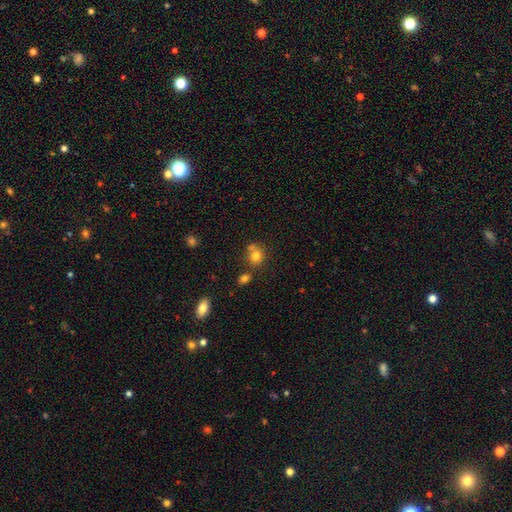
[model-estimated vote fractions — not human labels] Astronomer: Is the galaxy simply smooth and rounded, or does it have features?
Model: smooth — 77%.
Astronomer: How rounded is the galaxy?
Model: round — 80%.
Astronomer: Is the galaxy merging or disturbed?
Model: none — 56%.